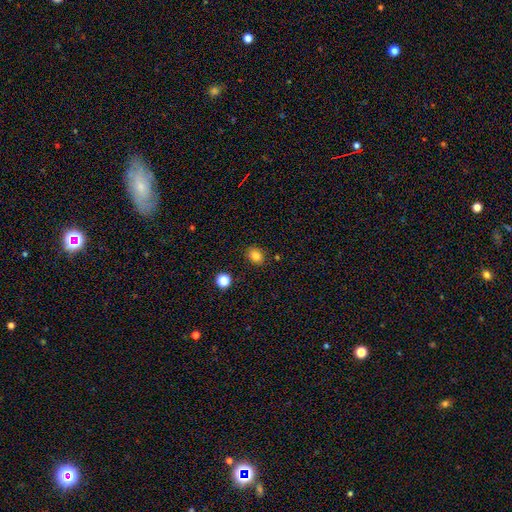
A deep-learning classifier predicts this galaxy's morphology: This appears to be a smooth galaxy with no disk features (83%) that is round (54%). Merging: none (86%).